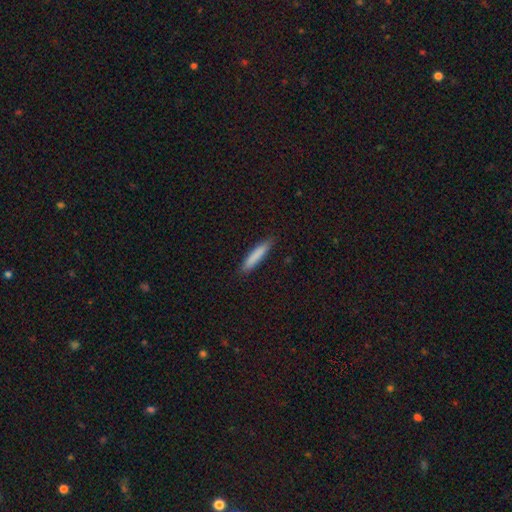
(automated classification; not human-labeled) smooth-or-featured: smooth: 84% | featured or disk: 10% | star or artifact: 6%
  how-rounded: cigar-shaped: 89% | in between: 10% | round: 1%
  merging: none: 89% | minor disturbance: 9% | major disturbance: 2% | merger: 1%